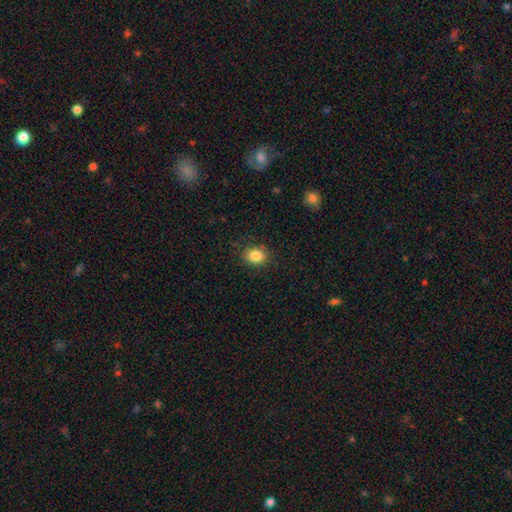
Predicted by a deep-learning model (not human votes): Smooth or featured: smooth — 84% (star or artifact — 10%)
How rounded: round — 64% (in between — 36%)
Merging: none — 86% (minor disturbance — 10%)